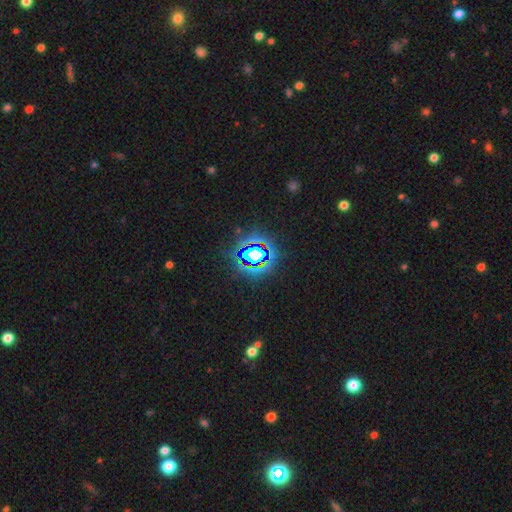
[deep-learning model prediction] smooth-or-featured: star or artifact: 81% | smooth: 12% | featured or disk: 7%